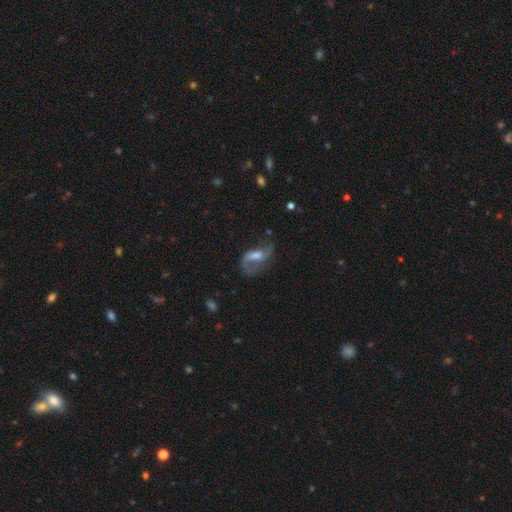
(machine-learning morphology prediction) smooth-or-featured: featured or disk: 72% | smooth: 20% | star or artifact: 8%
  disk-edge-on: no: 95% | yes: 5%
    bar: weak: 47% | no: 35% | strong: 18%
    has-spiral-arms: yes: 84% | no: 16%
      spiral-winding: loose: 63% | medium: 30% | tight: 7%
      spiral-arm-count: 2: 70% | 1: 19% | can't tell: 7% | 3: 2% | 4: 1% | more than 4: 1%
    bulge-size: moderate: 45% | small: 23% | large: 16% | none: 14% | dominant: 2%
  merging: none: 42% | major disturbance: 34% | minor disturbance: 20% | merger: 4%